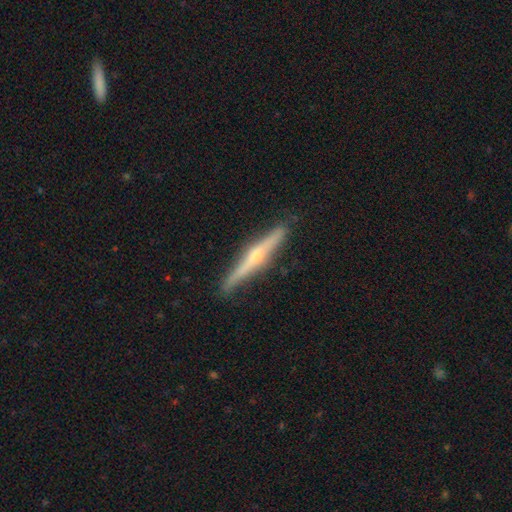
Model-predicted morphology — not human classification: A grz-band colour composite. It shows a featured or disk galaxy (73%) viewed edge-on (97%) with a rounded central bulge (83%). Merging: none (87%).